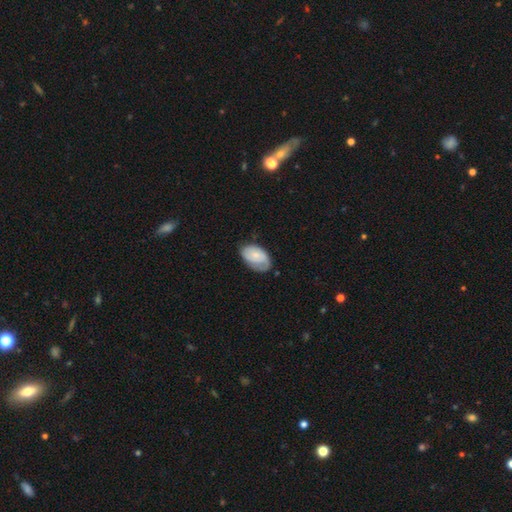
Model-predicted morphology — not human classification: Smooth or featured? smooth (53%)
How rounded? in between (91%)
Merging? none (60%)